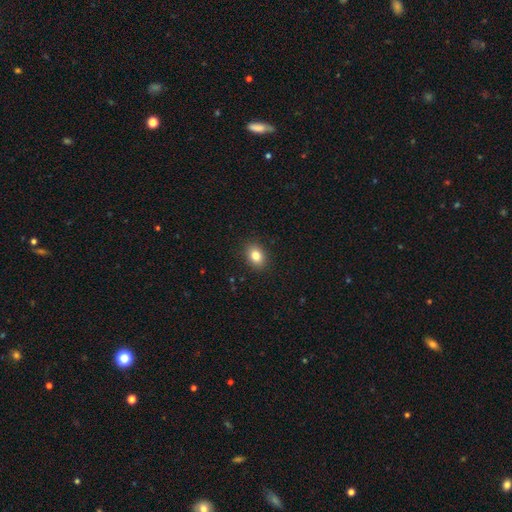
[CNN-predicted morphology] This is clearly a smooth galaxy (82%). How rounded: likely in between (64%). Merging: clearly none (90%).